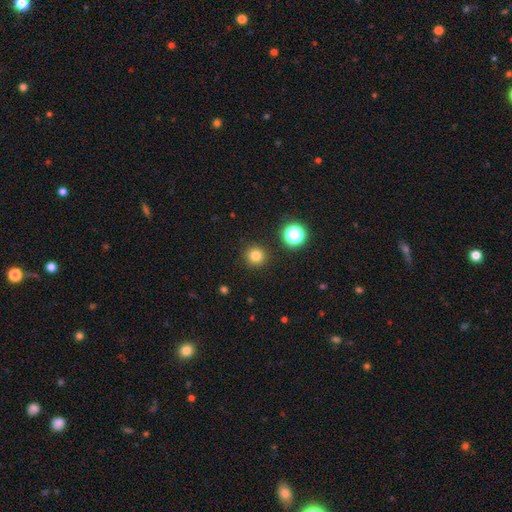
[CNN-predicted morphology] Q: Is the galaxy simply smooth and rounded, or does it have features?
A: smooth — 79%.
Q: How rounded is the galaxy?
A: round — 95%.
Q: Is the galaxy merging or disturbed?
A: none — 91%.